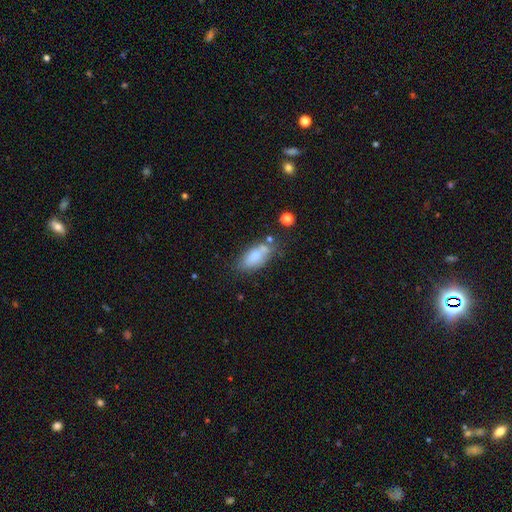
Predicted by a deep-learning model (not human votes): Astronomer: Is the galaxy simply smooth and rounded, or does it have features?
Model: smooth — 77%.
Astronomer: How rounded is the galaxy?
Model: in between — 86%.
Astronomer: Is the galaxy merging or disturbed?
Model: none — 55%.